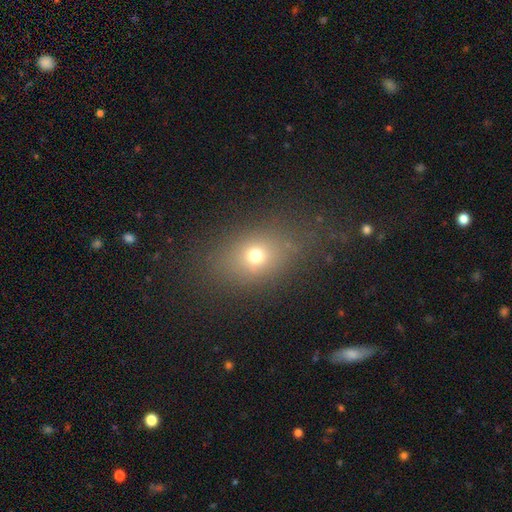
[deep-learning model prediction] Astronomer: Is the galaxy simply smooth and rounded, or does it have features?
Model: smooth — 68%.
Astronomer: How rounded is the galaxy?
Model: in between — 59% (runner-up: round, 38%).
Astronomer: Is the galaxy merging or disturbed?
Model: none — 77%.